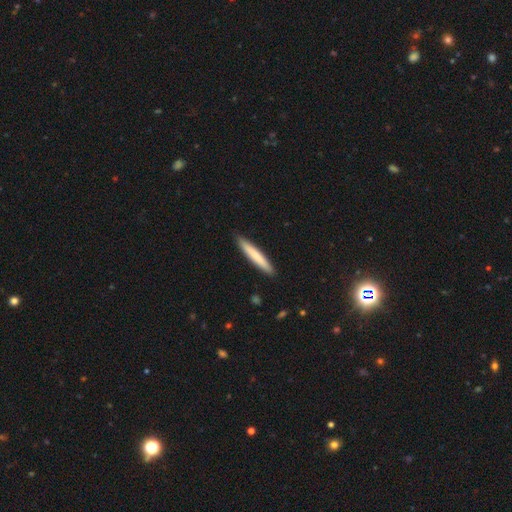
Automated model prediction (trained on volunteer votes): The model was most divided on "smooth or featured": smooth: 76%, featured or disk: 19%, star or artifact: 5%. More confident: how rounded — cigar-shaped (94%); merging — none (91%).